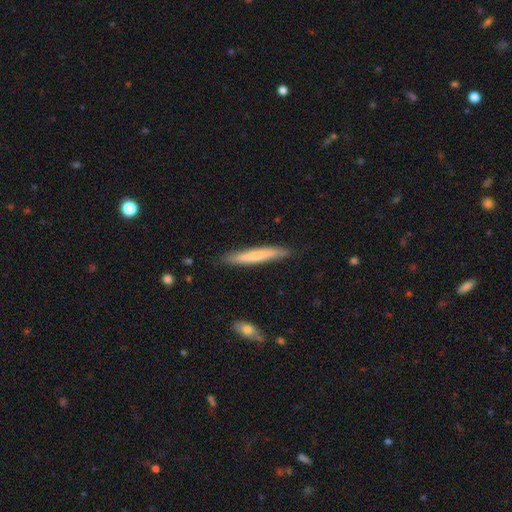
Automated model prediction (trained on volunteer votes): A smooth galaxy with no disk features (69%) that is cigar-shaped (95%).

Vote fractions:
- Smooth or featured? smooth: 69% / featured or disk: 26% / star or artifact: 5%
- How rounded? cigar-shaped: 95% / in between: 4% / round: 1%
- Merging? none: 87% / minor disturbance: 10% / major disturbance: 2% / merger: 1%